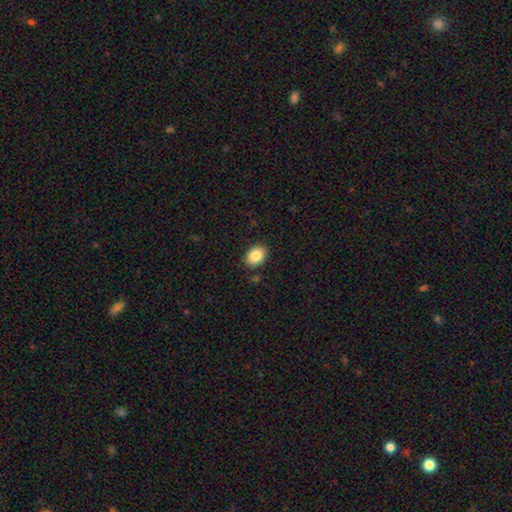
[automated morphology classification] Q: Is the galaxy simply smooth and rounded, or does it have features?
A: smooth — 86%.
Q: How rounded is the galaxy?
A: in between — 70%.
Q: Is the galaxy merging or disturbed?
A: none — 88%.